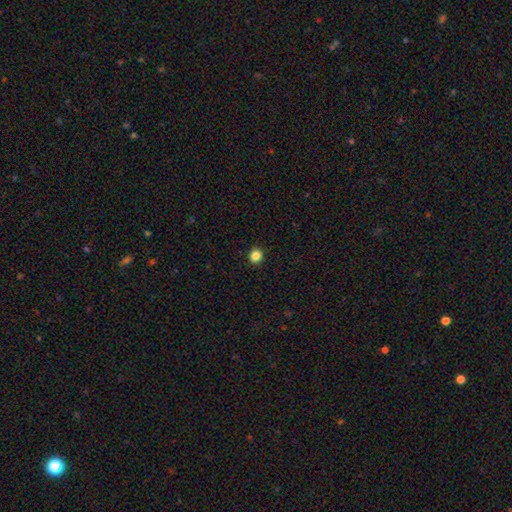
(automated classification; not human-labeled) smooth 85%, star or artifact 11%, featured or disk 4%. Down the decision tree: how rounded — round (80%); merging — none (92%).